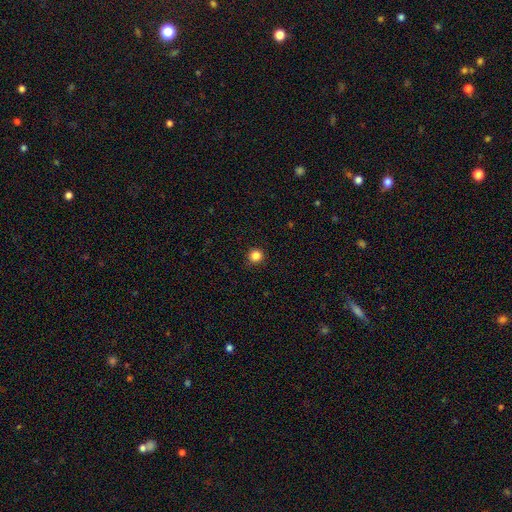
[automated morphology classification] Overall: smooth (85%). How rounded: round (95%). Merging: none (92%).